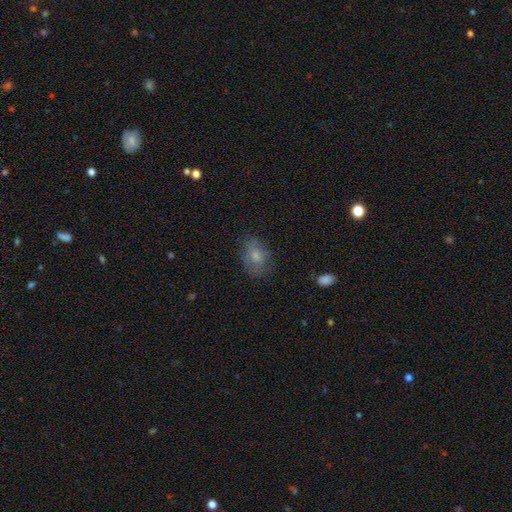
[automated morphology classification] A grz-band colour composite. It shows a smooth galaxy with no disk features (74%) that is in between round and cigar-shaped (73%). Merging: none (66%).